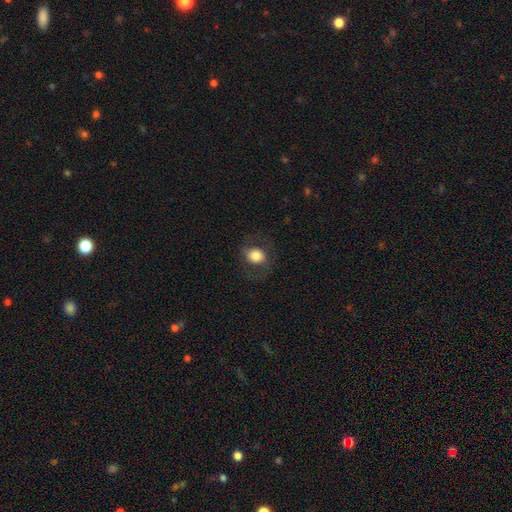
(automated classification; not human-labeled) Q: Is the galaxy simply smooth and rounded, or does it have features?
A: smooth — 73%.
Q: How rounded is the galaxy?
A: round — 60%.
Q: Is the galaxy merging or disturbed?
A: none — 77%.